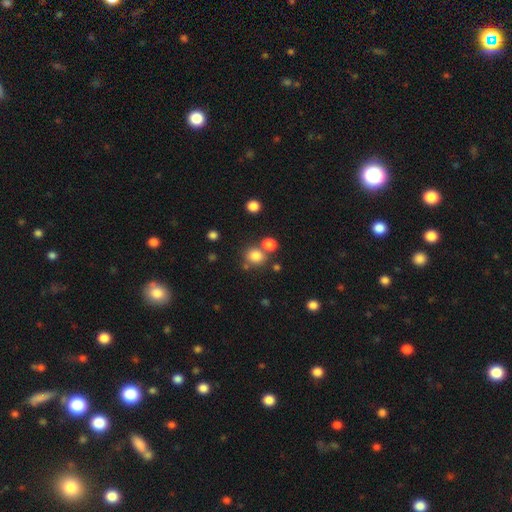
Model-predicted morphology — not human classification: Q: Smooth or featured?
A: smooth (80%); runner-up: star or artifact (14%)
Q: How rounded?
A: round (80%); runner-up: in between (19%)
Q: Merging?
A: none (65%); runner-up: merger (23%)